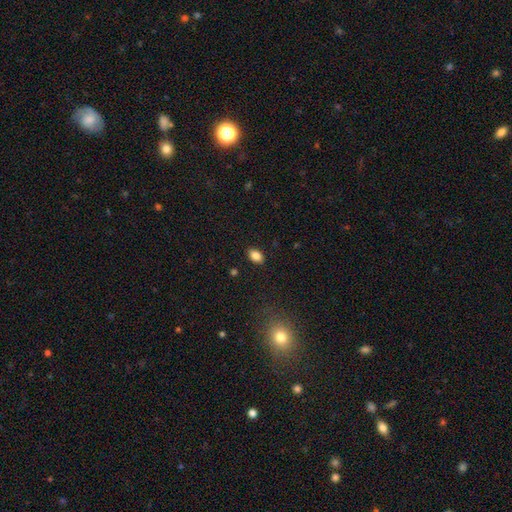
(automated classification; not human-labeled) smooth 85%, star or artifact 9%, featured or disk 6%. Down the decision tree: how rounded — in between (88%); merging — none (88%).